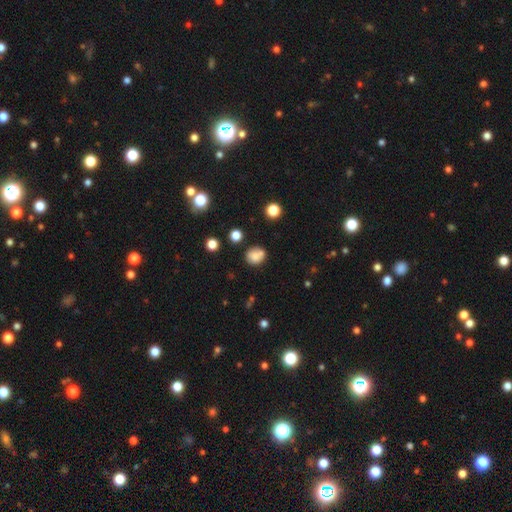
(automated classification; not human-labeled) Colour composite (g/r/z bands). It shows a smooth galaxy with no disk features (78%) that is round (75%). Merging: none (65%).